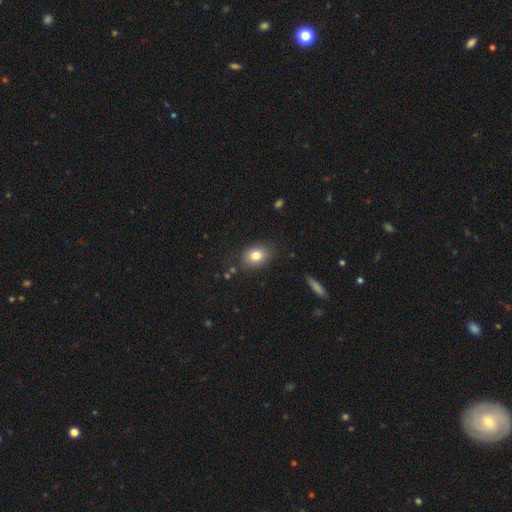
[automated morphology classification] Smooth or featured: smooth — 80% (featured or disk — 10%)
How rounded: in between — 66% (round — 33%)
Merging: none — 83% (minor disturbance — 12%)